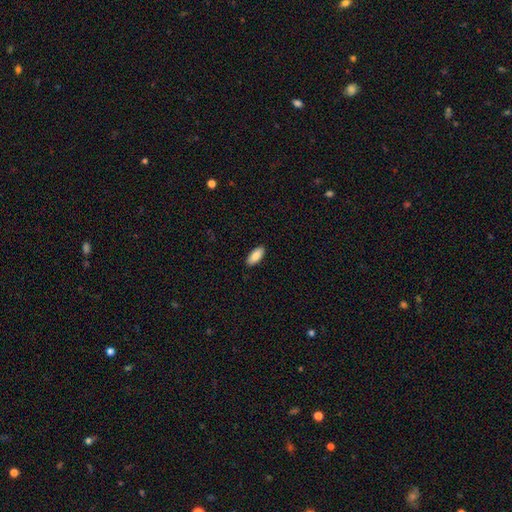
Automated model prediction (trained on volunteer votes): Q: Smooth or featured?
A: smooth (86%); runner-up: featured or disk (8%)
Q: How rounded?
A: in between (86%); runner-up: cigar-shaped (12%)
Q: Merging?
A: none (89%); runner-up: minor disturbance (8%)